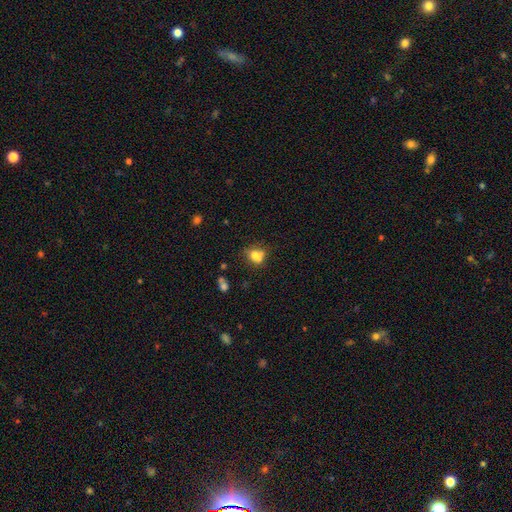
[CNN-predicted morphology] Smooth or featured? smooth (67%)
How rounded? round (63%)
Merging? merger (48%)